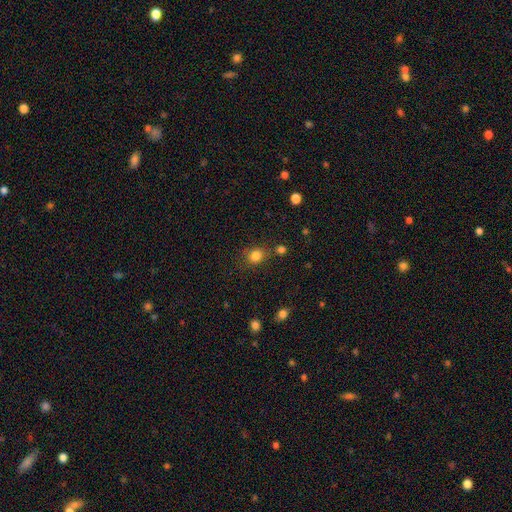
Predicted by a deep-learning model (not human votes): smooth 83%, star or artifact 12%, featured or disk 5%. Down the decision tree: how rounded — round (68%); merging — none (72%).